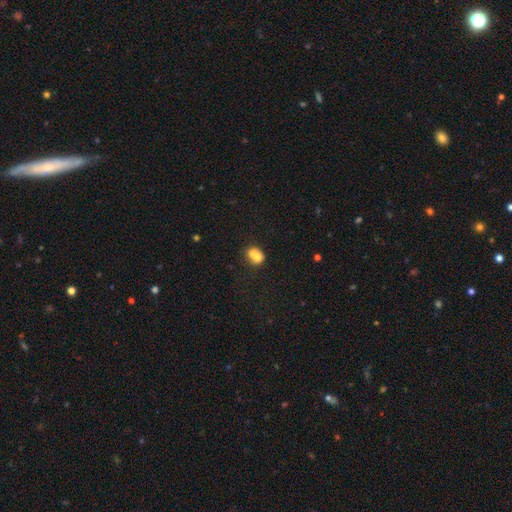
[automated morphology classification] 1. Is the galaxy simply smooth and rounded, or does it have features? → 70% smooth, 20% featured or disk, 10% star or artifact.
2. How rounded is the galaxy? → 52% round, 47% in between, 1% cigar-shaped.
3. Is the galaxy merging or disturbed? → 60% merger, 26% none, 10% minor disturbance, 4% major disturbance.